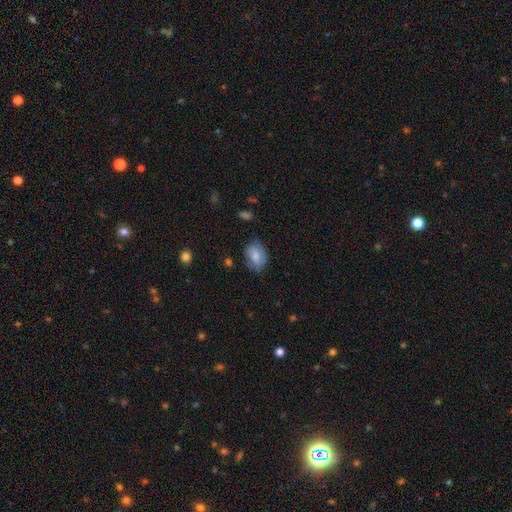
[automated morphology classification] smooth 77%, featured or disk 16%, star or artifact 7%. Down the decision tree: how rounded — in between (77%); merging — none (66%).